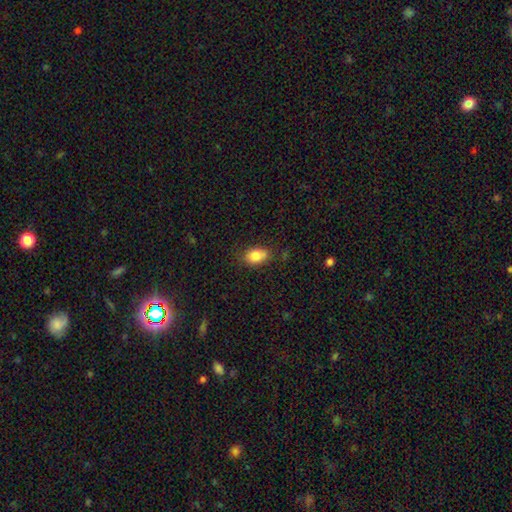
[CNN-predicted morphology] This is clearly a smooth galaxy (83%). How rounded: clearly in between (80%). Merging: likely none (69%).